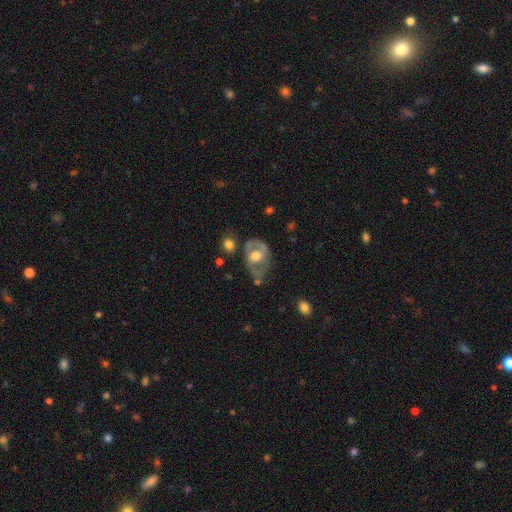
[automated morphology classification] Smooth or featured: featured or disk — 64% (smooth — 30%)
Edge-on disk: no — 94% (yes — 6%)
Bar: no — 64% (weak — 27%)
Spiral arms: no — 52% (yes — 48%)
Bulge size: moderate — 60% (large — 30%)
Merging: none — 55% (minor disturbance — 24%)